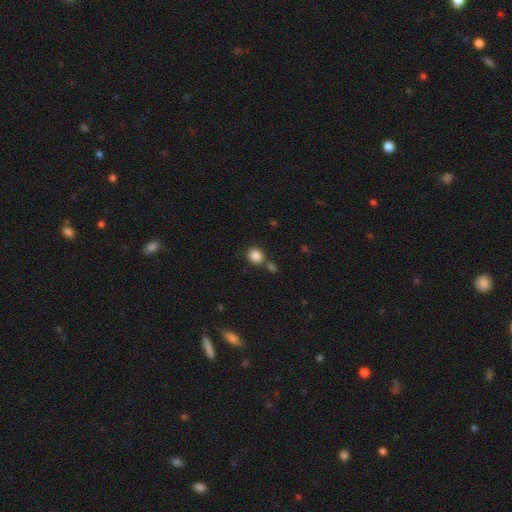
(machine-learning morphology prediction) A smooth galaxy with no disk features (86%) that is round (64%). Merging: none (67%).